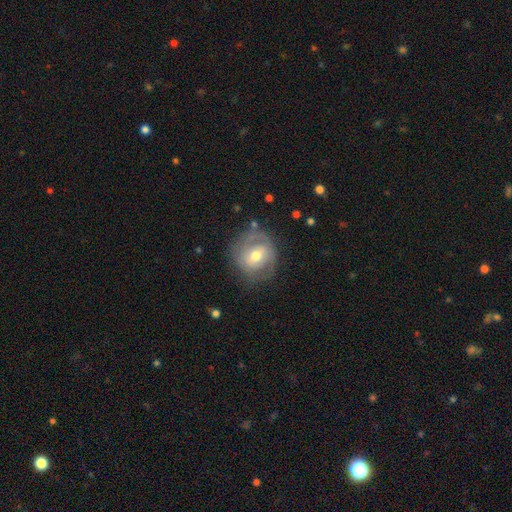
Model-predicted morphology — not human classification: This is possibly a featured or disk galaxy (59%). It is clearly not viewed edge-on (96%). Bar: marginally weak (45%). Spiral arm pattern: likely yes (69%). Central bulge: likely moderate (70%). Merging: likely none (66%).